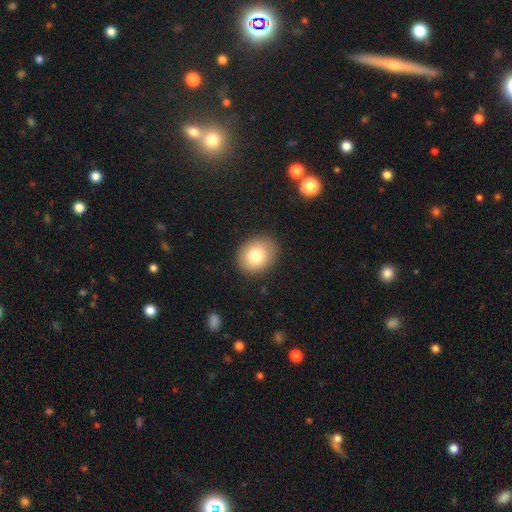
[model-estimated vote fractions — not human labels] Q: Smooth or featured?
A: smooth (78%); runner-up: featured or disk (12%)
Q: How rounded?
A: round (59%); runner-up: in between (40%)
Q: Merging?
A: none (89%); runner-up: minor disturbance (8%)